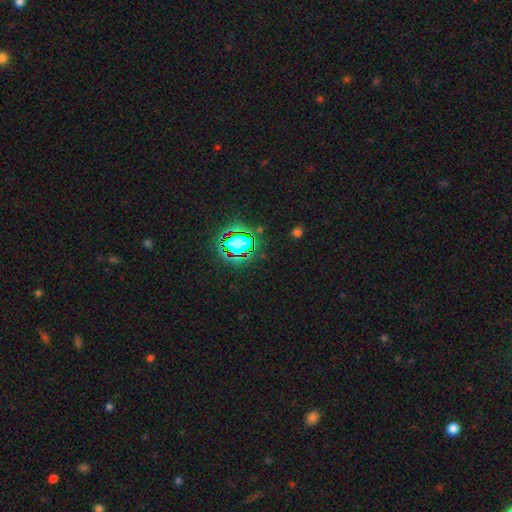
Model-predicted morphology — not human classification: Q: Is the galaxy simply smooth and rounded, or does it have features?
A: star or artifact — 80%.